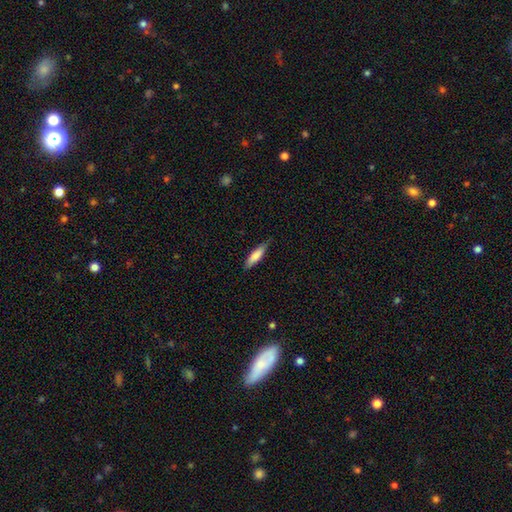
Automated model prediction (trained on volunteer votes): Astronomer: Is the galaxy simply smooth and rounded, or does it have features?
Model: smooth — 77%.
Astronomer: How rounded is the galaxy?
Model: cigar-shaped — 75%.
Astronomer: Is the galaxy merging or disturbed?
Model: none — 79%.